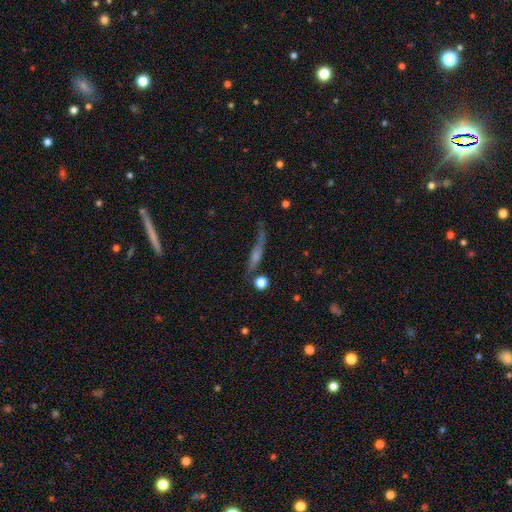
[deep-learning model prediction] featured or disk 53%, smooth 32%, star or artifact 15%. Down the decision tree: edge-on disk — yes (80%); merging — none (61%).